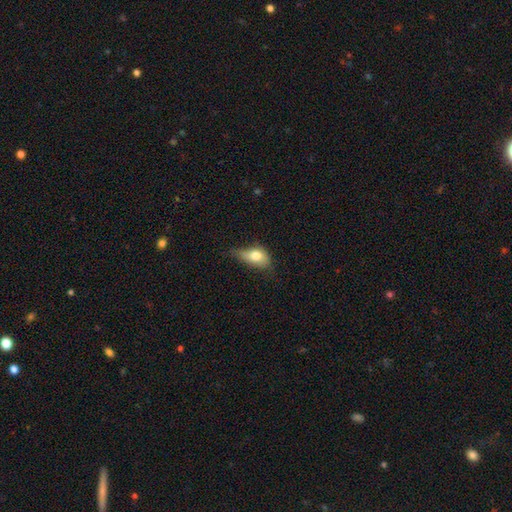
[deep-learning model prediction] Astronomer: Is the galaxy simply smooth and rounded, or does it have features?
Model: smooth — 75%.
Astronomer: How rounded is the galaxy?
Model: in between — 82%.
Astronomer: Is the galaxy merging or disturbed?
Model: minor disturbance — 47% (runner-up: none, 28%).